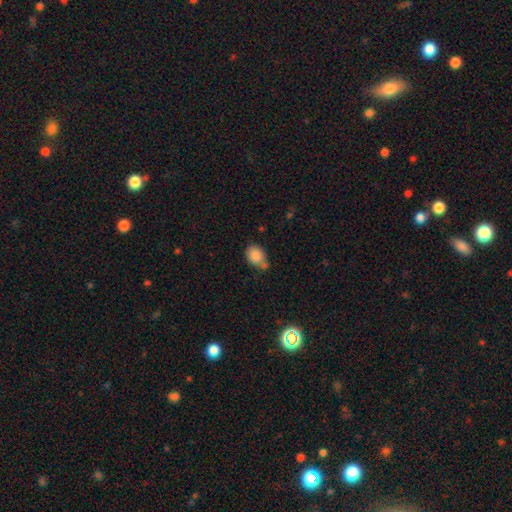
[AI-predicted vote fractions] Overall: smooth (85%). How rounded: in between (60%; round 39%). Merging: none (48%; minor disturbance 30%).